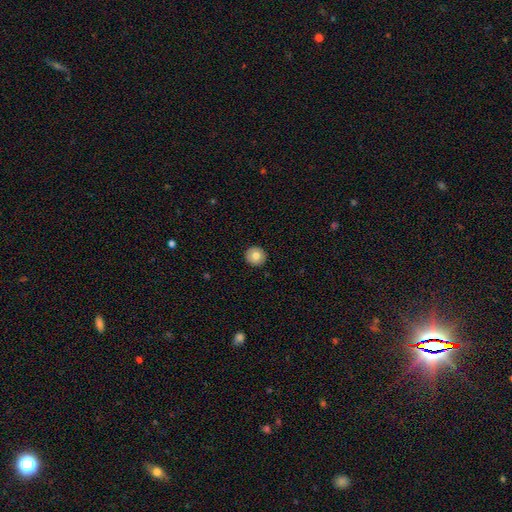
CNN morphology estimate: smooth-or-featured: smooth: 78% | featured or disk: 14% | star or artifact: 8%
  how-rounded: round: 95% | in between: 4% | cigar-shaped: 1%
  merging: none: 93% | minor disturbance: 5% | major disturbance: 1% | merger: 1%